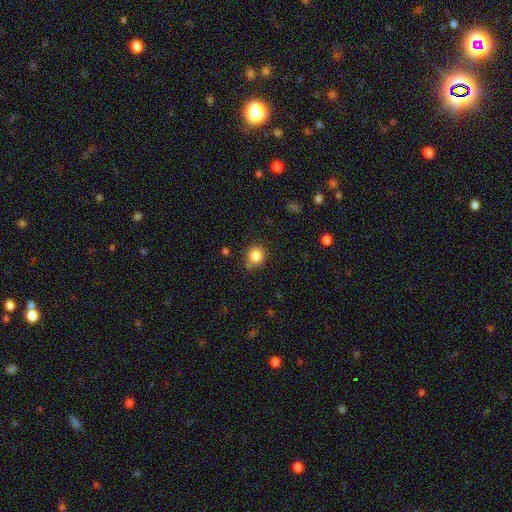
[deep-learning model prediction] Smooth or featured: smooth — 84% (star or artifact — 11%)
How rounded: round — 85% (in between — 14%)
Merging: none — 79% (minor disturbance — 14%)